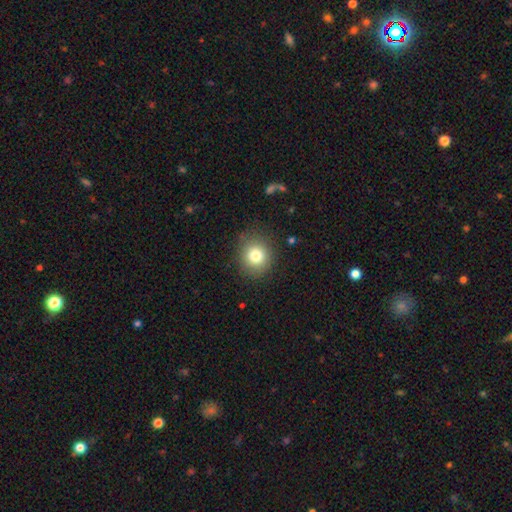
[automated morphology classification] This appears to be a smooth galaxy with no disk features (79%) that is round (83%). Merging: none (84%).